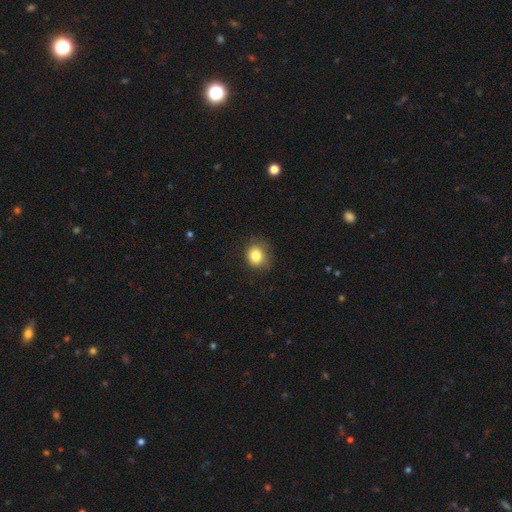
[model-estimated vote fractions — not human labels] smooth_or_featured: smooth (p=0.83) [alt: star or artifact p=0.10]
how_rounded: round (p=0.69) [alt: in between p=0.31]
merging: none (p=0.74) [alt: minor disturbance p=0.20]